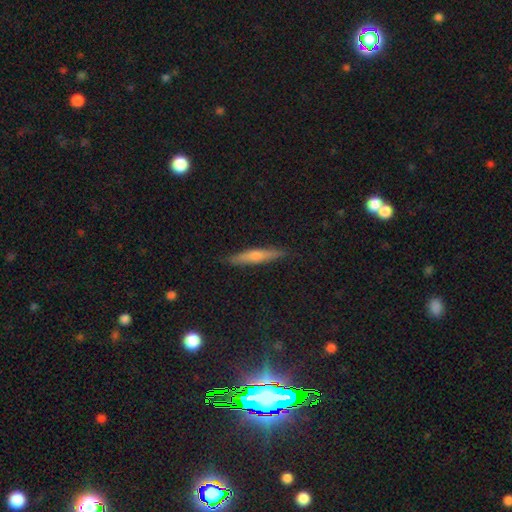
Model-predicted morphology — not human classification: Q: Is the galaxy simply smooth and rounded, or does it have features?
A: smooth — 48%.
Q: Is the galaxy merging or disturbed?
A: none — 88%.